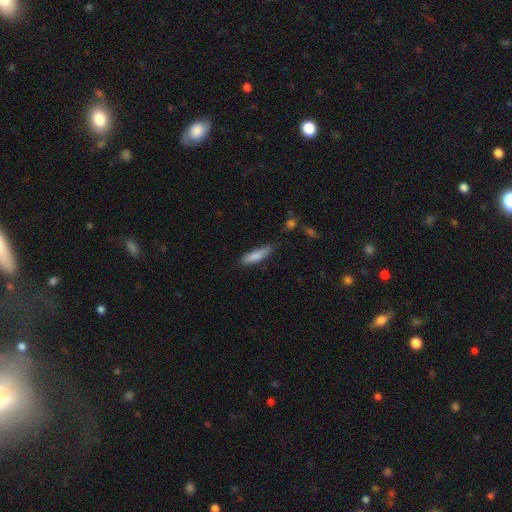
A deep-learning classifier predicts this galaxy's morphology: Smooth or featured? Predicted: smooth (p=0.83). How rounded? Predicted: cigar-shaped (p=0.66). Merging? Predicted: none (p=0.70).